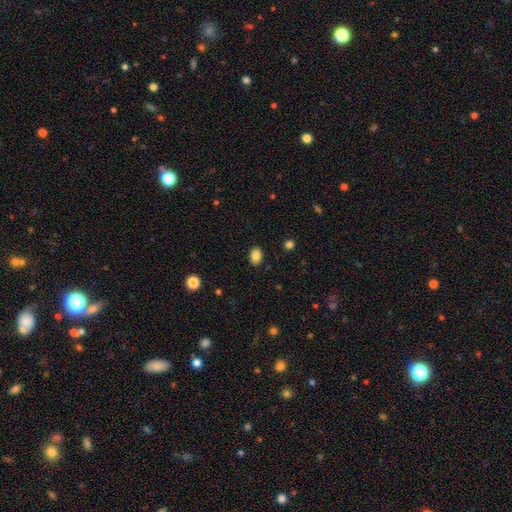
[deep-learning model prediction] Morphology: type=smooth (85%); roundness=in between (77%); merging=none (89%).